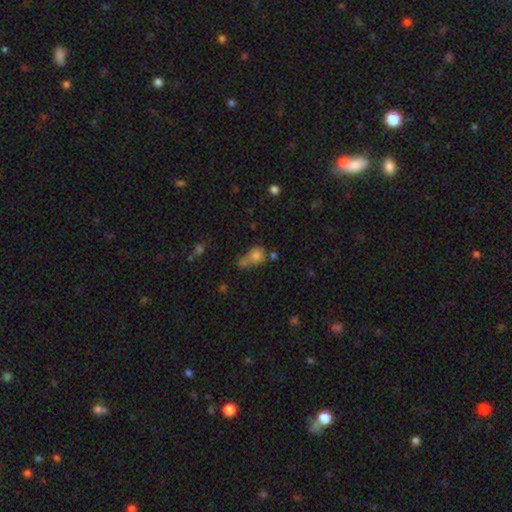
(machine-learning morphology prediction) Smooth or featured? smooth (74%)
How rounded? round (58%)
Merging? merger (38%)